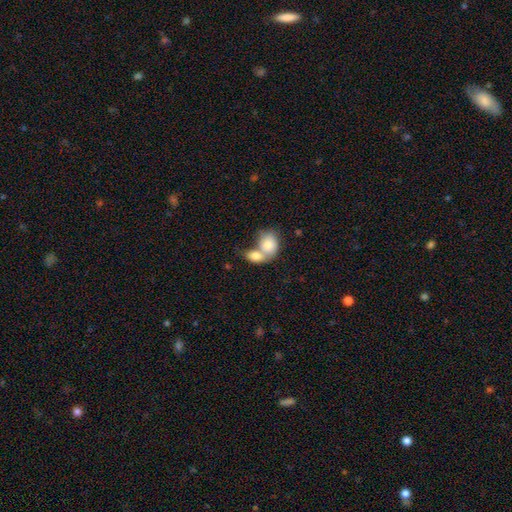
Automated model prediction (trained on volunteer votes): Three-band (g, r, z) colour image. It shows a smooth galaxy with no disk features (80%) that is in between round and cigar-shaped (71%). Merging: merger (74%).